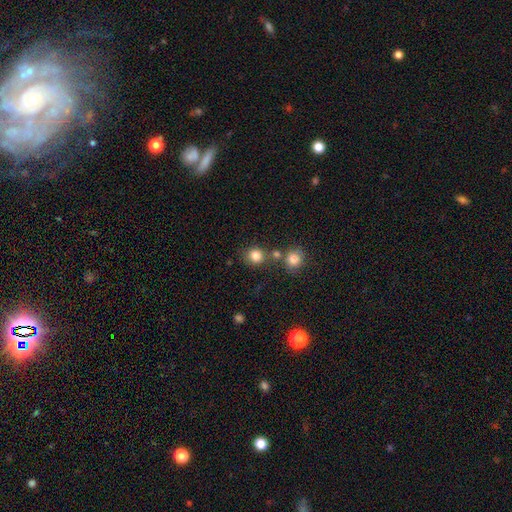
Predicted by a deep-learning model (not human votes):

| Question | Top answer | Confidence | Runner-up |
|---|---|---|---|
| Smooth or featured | smooth | 83% | star or artifact (12%) |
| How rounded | round | 85% | in between (14%) |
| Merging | none | 70% | merger (16%) |